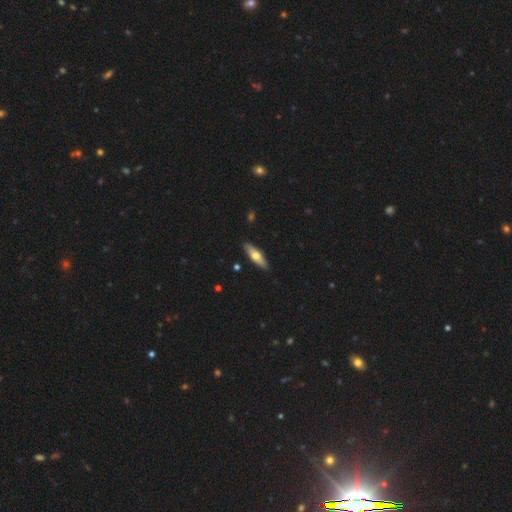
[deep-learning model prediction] Smooth or featured: smooth — 54% (featured or disk — 41%)
How rounded: cigar-shaped — 62% (in between — 36%)
Merging: none — 89% (minor disturbance — 8%)